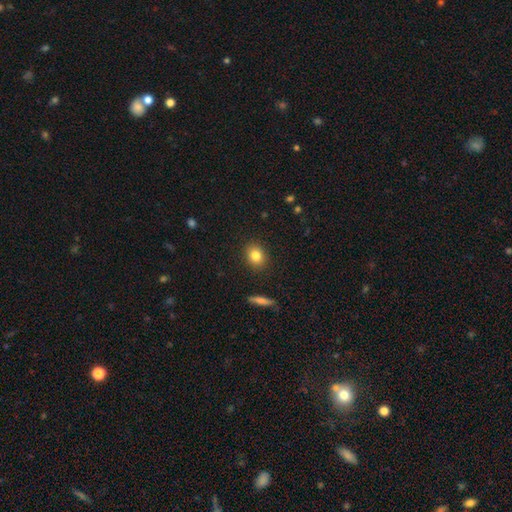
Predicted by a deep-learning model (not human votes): A smooth galaxy with no disk features (82%) that is round (55%). Merging: none (89%).